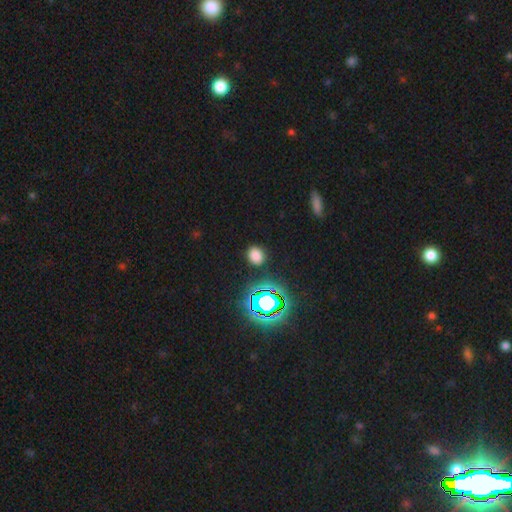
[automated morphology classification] Overall: smooth (71%). How rounded: round (68%; in between 30%). Merging: none (88%).